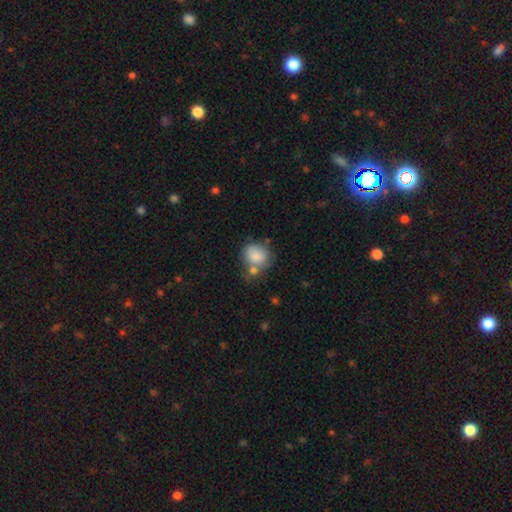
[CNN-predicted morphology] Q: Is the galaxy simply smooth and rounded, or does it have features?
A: smooth — 82%.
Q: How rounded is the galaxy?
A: round — 65%.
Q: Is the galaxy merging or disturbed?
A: none — 45%.